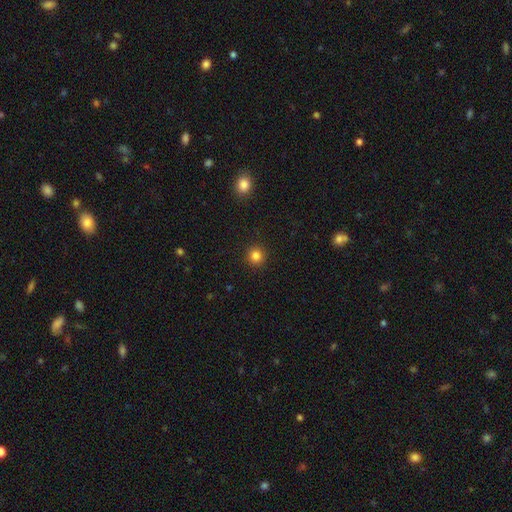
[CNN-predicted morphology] smooth-or-featured: smooth: 83% | star or artifact: 12% | featured or disk: 4%
  how-rounded: round: 93% | in between: 6% | cigar-shaped: 1%
  merging: none: 92% | minor disturbance: 5% | major disturbance: 2% | merger: 1%